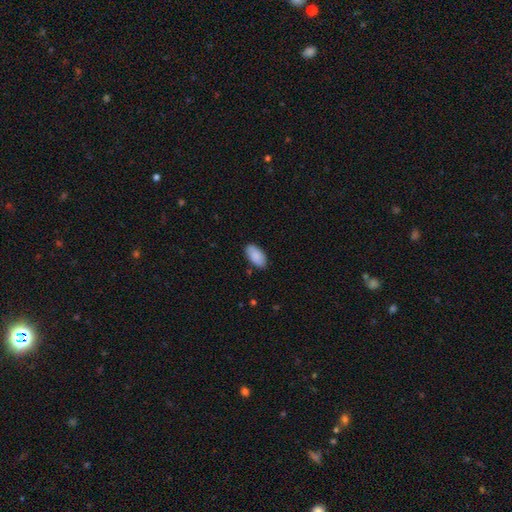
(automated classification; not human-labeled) smooth 88%, featured or disk 6%, star or artifact 6%. Down the decision tree: how rounded — in between (95%); merging — none (84%).